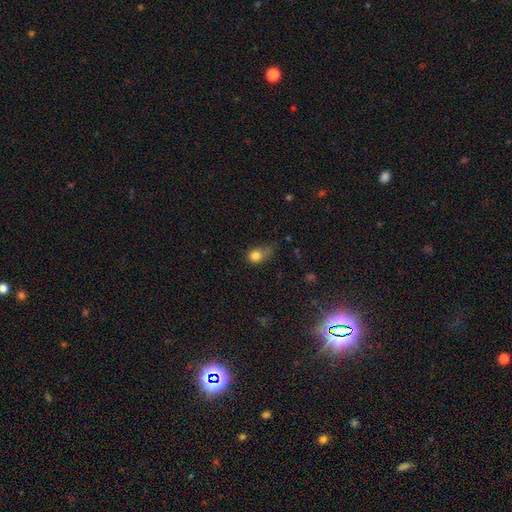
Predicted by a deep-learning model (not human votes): Smooth or featured?
  - smooth: 80% *
  - star or artifact: 11%
  - featured or disk: 9%
How rounded?
  - round: 54% *
  - in between: 44%
  - cigar-shaped: 2%
Merging?
  - minor disturbance: 37% *
  - none: 32%
  - major disturbance: 27%
  - merger: 4%